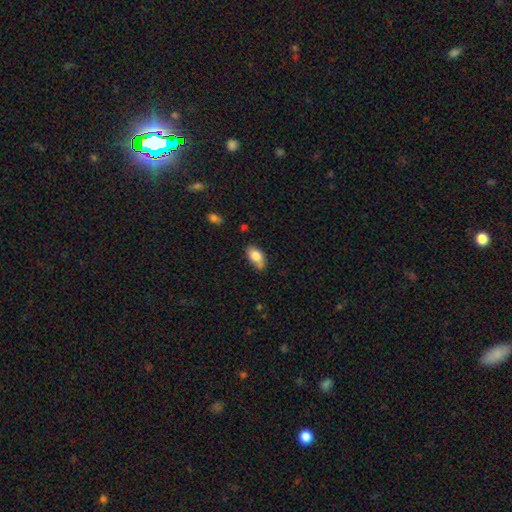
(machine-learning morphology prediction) smooth_or_featured: smooth (p=0.80) [alt: featured or disk p=0.12]
how_rounded: in between (p=0.90) [alt: round p=0.07]
merging: none (p=0.60) [alt: minor disturbance p=0.29]